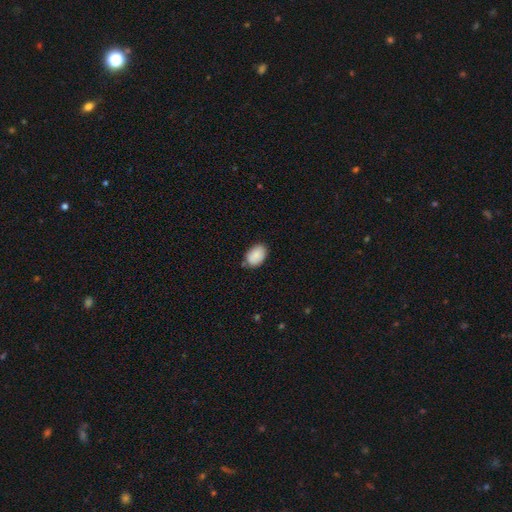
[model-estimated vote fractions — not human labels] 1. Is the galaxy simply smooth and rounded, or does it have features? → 88% smooth, 7% star or artifact, 5% featured or disk.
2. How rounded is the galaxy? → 86% in between, 13% round, 1% cigar-shaped.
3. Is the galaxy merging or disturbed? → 78% none, 17% minor disturbance, 3% major disturbance, 2% merger.